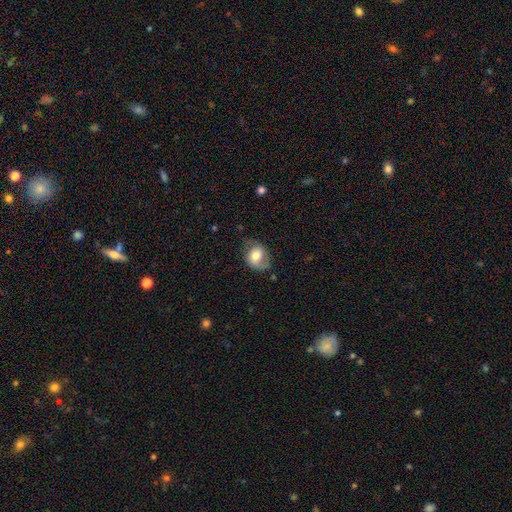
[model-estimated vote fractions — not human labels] This appears to be a smooth galaxy with no disk features (59%) that is in between round and cigar-shaped (51%). Merging: none (54%).